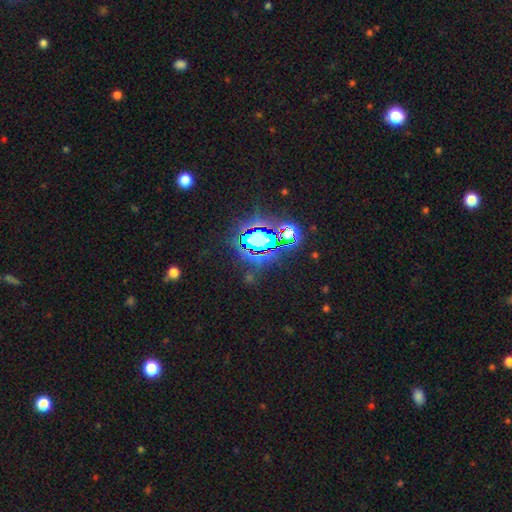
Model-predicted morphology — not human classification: Overall: star or artifact (81%).